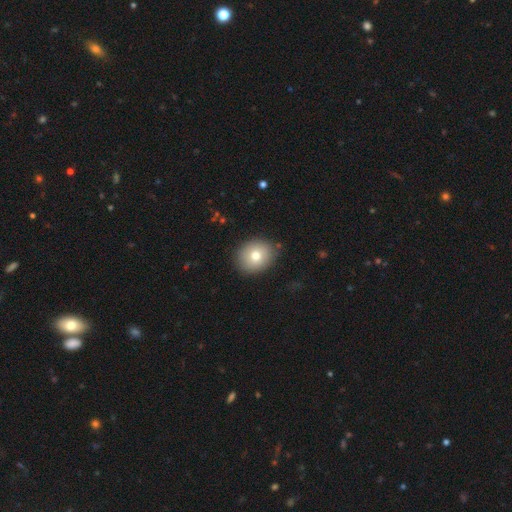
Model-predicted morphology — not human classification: This is likely a smooth galaxy (76%). How rounded: likely round (70%). Merging: clearly none (86%).